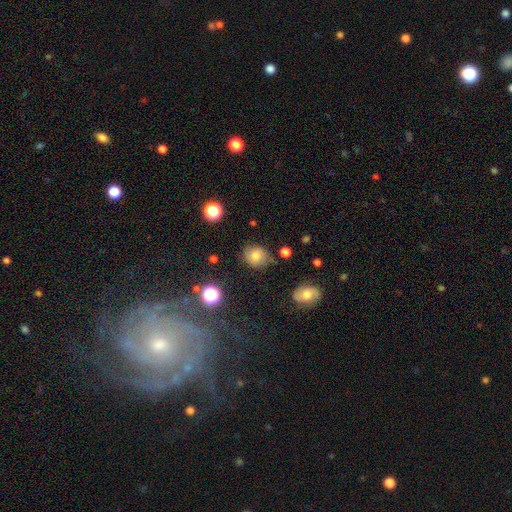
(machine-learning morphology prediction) Q: Smooth or featured?
A: smooth (71%); runner-up: featured or disk (15%)
Q: How rounded?
A: round (70%); runner-up: in between (29%)
Q: Merging?
A: none (68%); runner-up: minor disturbance (23%)